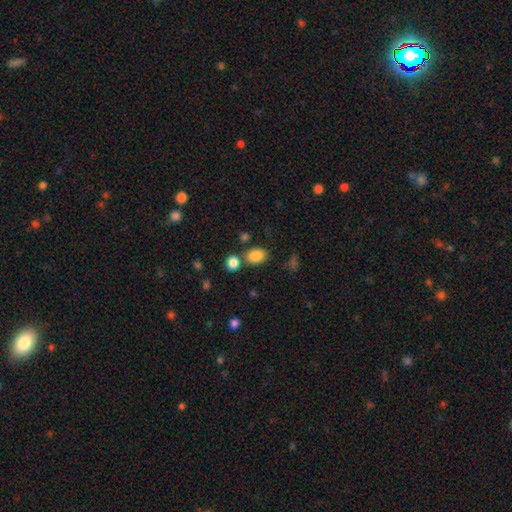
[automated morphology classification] Smooth or featured? smooth (85%)
How rounded? in between (67%)
Merging? none (71%)